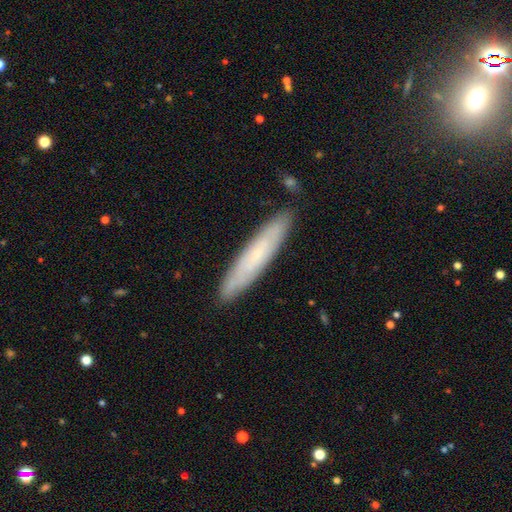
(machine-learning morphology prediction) smooth 51%, featured or disk 43%, star or artifact 7%. Down the decision tree: how rounded — cigar-shaped (89%); merging — none (88%).